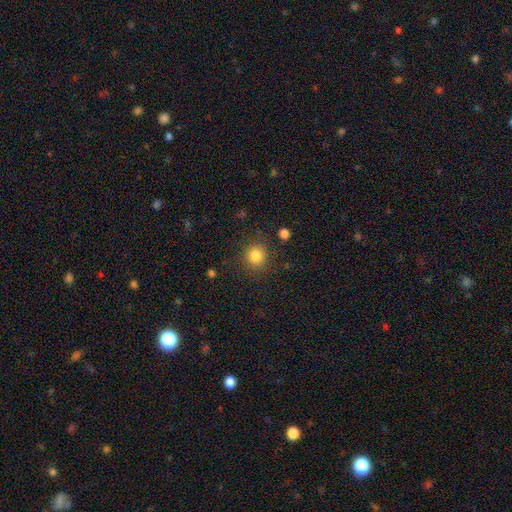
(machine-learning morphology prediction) This is clearly a smooth galaxy (83%). How rounded: clearly round (87%). Merging: clearly none (85%).